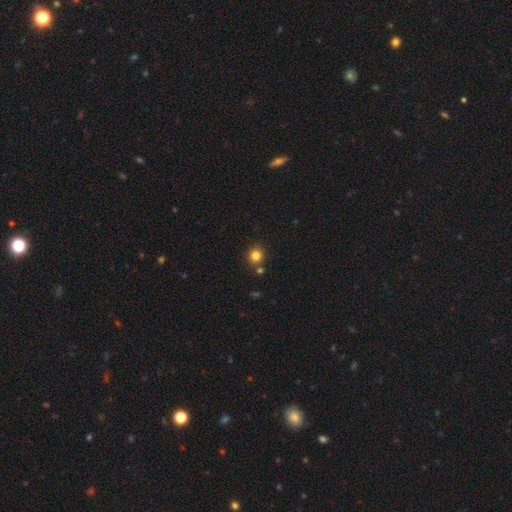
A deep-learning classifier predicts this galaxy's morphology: This appears to be a smooth galaxy with no disk features (82%) that is round (89%). Merging: none (81%).